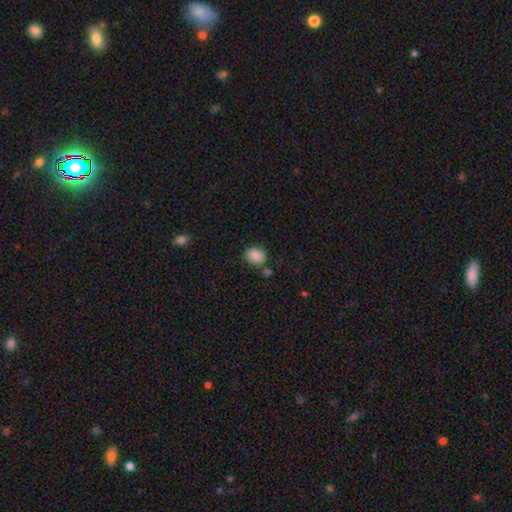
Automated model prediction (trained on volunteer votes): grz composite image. It shows a smooth galaxy with no disk features (84%) that is in between round and cigar-shaped (51%). Merging: none (73%).